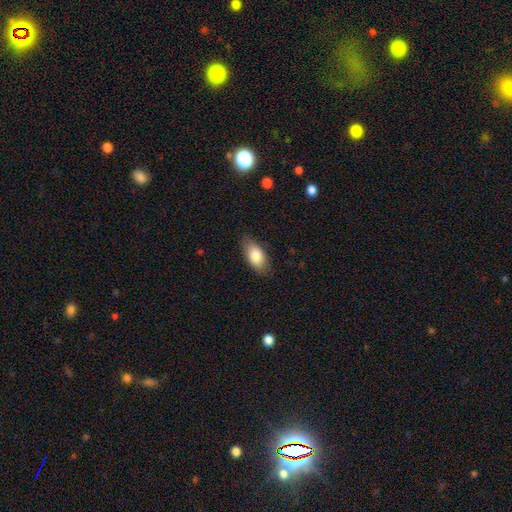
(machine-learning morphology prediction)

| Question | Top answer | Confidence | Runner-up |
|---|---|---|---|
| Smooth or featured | smooth | 82% | featured or disk (12%) |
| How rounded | in between | 90% | cigar-shaped (6%) |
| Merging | none | 80% | minor disturbance (16%) |